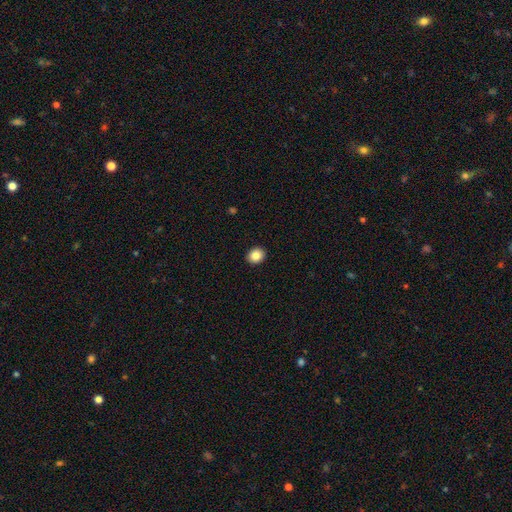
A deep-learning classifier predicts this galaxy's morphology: Smooth or featured: smooth — 86% (star or artifact — 9%)
How rounded: round — 66% (in between — 33%)
Merging: none — 92% (minor disturbance — 5%)